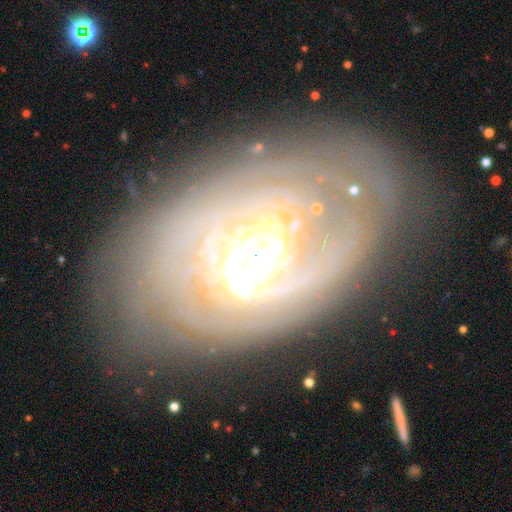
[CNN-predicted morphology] A featured or disk galaxy (81%) with no bar (49%), tight (73%) spiral arms (84%) and a moderate central bulge (44%). Merging: none (71%).